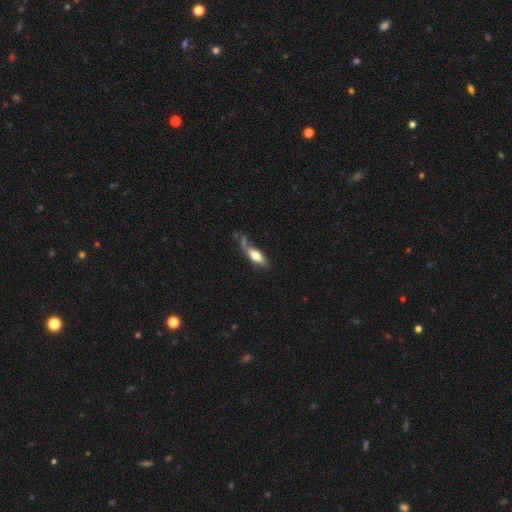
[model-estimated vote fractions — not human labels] Morphology: type=smooth (58%); roundness=in between (60%); merging=none (46%).